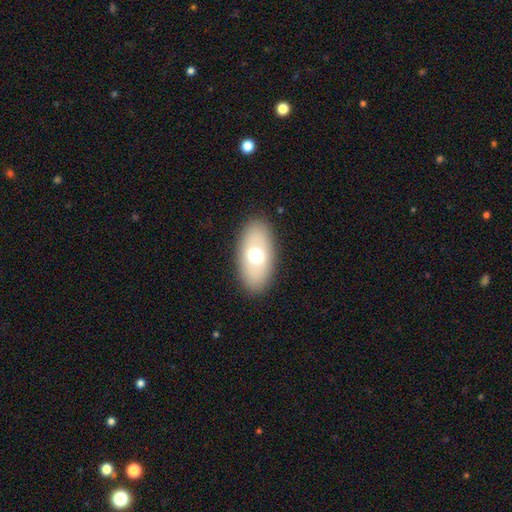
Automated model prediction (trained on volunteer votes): Smooth or featured? Predicted: smooth (p=0.62). How rounded? Predicted: in between (p=0.91). Merging? Predicted: none (p=0.87).